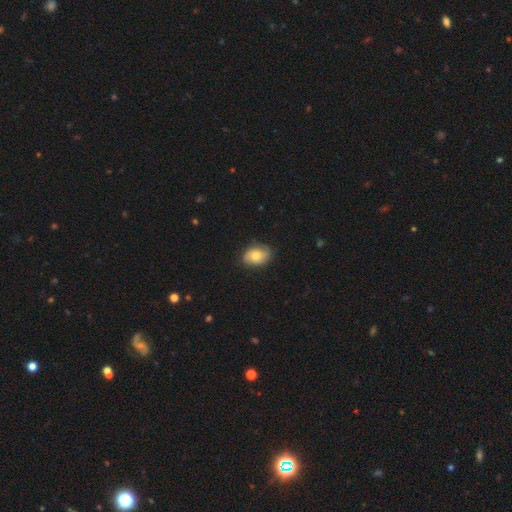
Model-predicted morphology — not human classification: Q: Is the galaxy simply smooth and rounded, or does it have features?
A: smooth — 70%.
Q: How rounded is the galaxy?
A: in between — 75%.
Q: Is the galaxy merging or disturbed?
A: none — 73%.